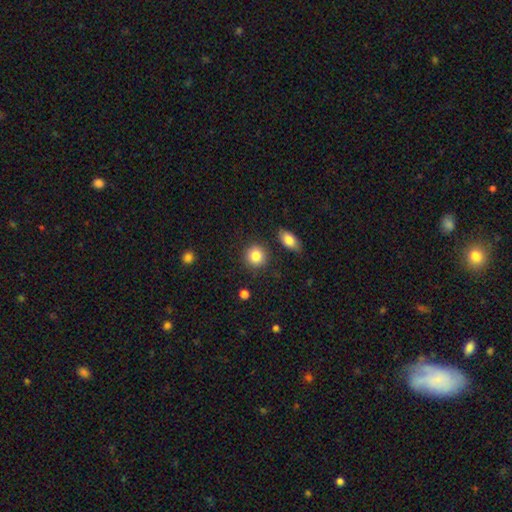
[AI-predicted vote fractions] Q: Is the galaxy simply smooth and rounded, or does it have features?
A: smooth — 85%.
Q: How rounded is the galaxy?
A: round — 88%.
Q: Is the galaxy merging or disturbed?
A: none — 86%.